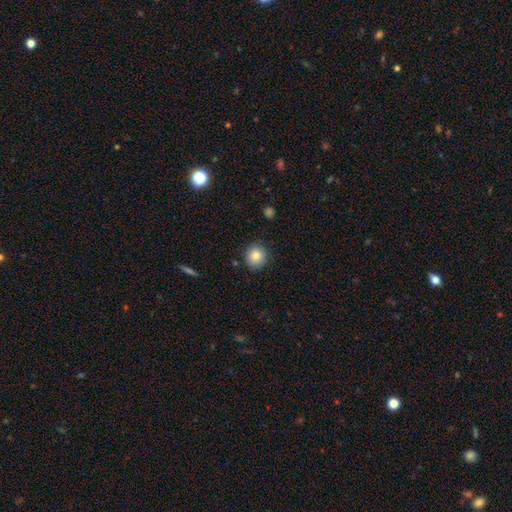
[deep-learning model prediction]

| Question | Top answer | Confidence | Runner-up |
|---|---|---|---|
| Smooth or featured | smooth | 82% | star or artifact (10%) |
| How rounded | round | 90% | in between (9%) |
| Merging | none | 87% | minor disturbance (9%) |